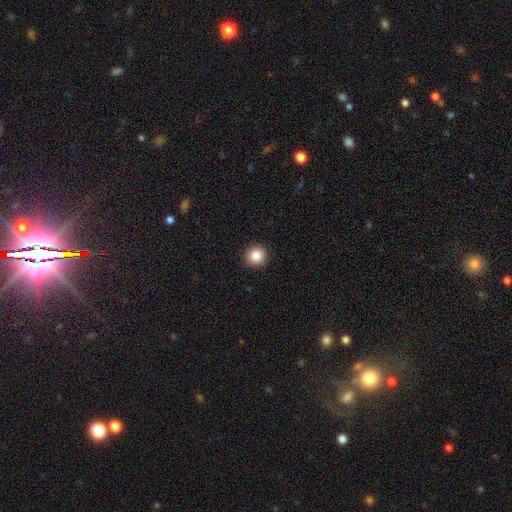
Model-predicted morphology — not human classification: type=smooth (86%); roundness=round (93%); merging=none (92%).